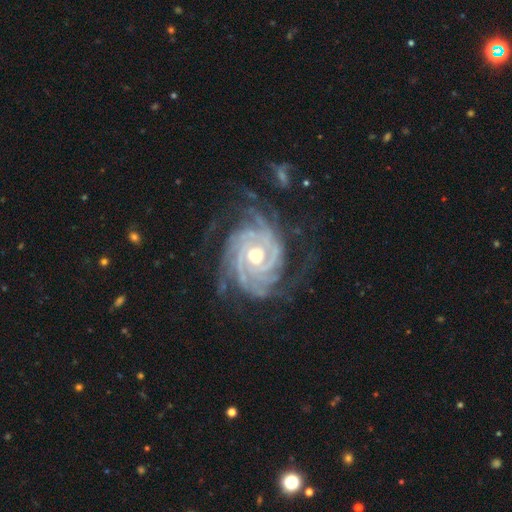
Smooth or featured?
  - featured or disk: 92% *
  - smooth: 8%
  - star or artifact: 0%
Edge-on disk?
  - no: 100% *
  - yes: 0%
Bar?
  - no: 80% *
  - weak: 11%
  - strong: 9%
Spiral arms?
  - yes: 94% *
  - no: 6%
Spiral winding?
  - tight: 82% *
  - medium: 18%
  - loose: 0%
Spiral arm count?
  - more than 4: 36% *
  - can't tell: 24%
  - 3: 18%
  - 4: 15%
  - 2: 6%
  - 1: 0%
Bulge size?
  - moderate: 80% *
  - small: 9%
  - dominant: 6%
  - none: 6%
  - large: 0%
Merging?
  - none: 37% *
  - major disturbance: 32%
  - minor disturbance: 29%
  - merger: 3%